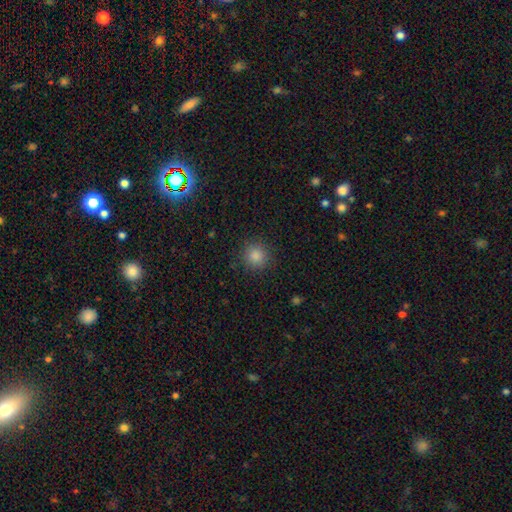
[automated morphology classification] smooth_or_featured: smooth (p=0.85) [alt: star or artifact p=0.11]
how_rounded: round (p=0.94) [alt: in between p=0.06]
merging: none (p=0.89) [alt: minor disturbance p=0.07]